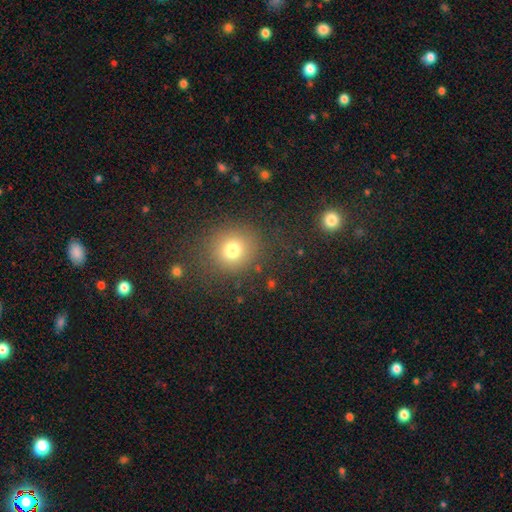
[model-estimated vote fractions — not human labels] A smooth galaxy with no disk features (62%) that is round (87%). Merging: none (88%).